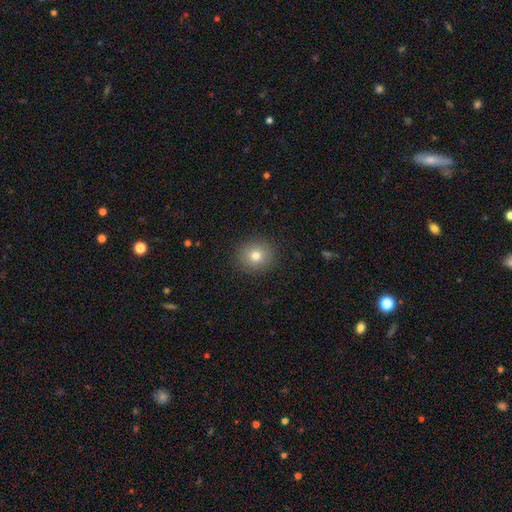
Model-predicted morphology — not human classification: The model was most divided on "smooth or featured": smooth: 78%, star or artifact: 12%, featured or disk: 10%. More confident: merging — none (90%); how rounded — round (85%).